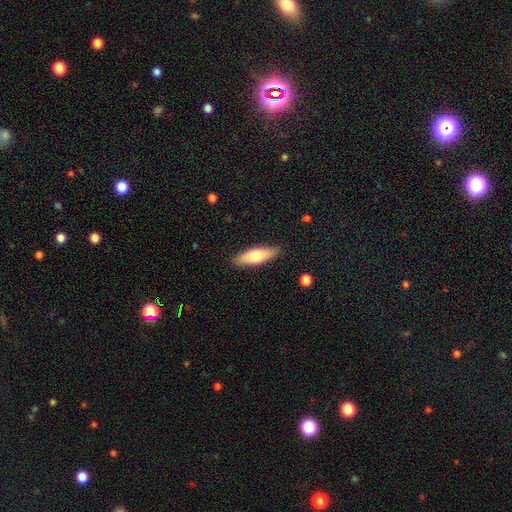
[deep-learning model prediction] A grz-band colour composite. It shows a smooth galaxy with no disk features (65%) that is in between round and cigar-shaped (50%). Merging: none (88%).